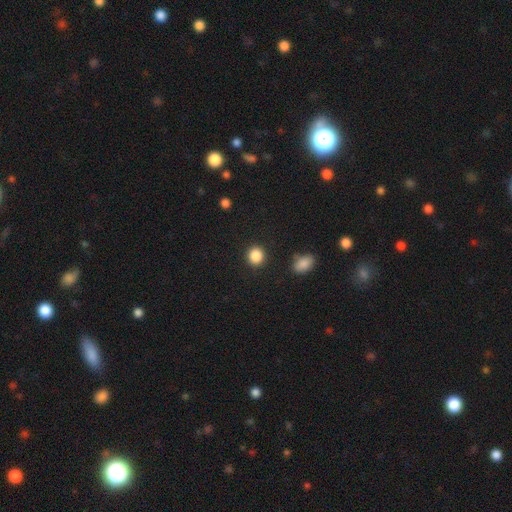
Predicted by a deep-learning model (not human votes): This is clearly a smooth galaxy (88%). How rounded: clearly round (84%). Merging: clearly none (90%).